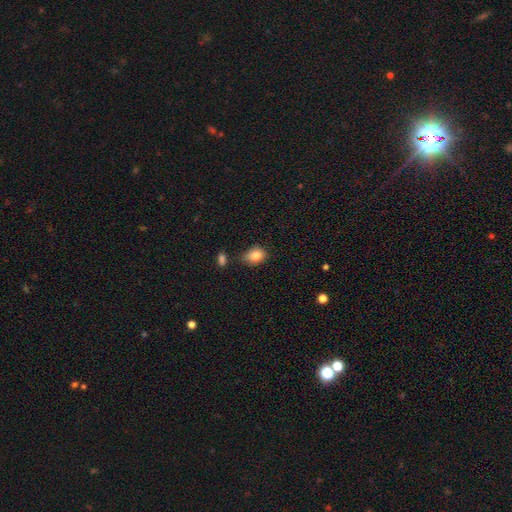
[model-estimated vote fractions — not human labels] This is clearly a smooth galaxy (83%). How rounded: likely in between (65%). Merging: possibly none (60%).